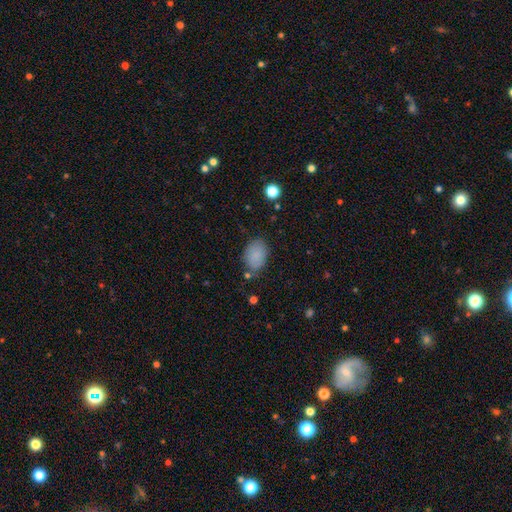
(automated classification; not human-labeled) The model was most divided on "merging": none: 74%, minor disturbance: 18%, major disturbance: 4%, merger: 3%. More confident: smooth or featured — smooth (86%); how rounded — in between (84%).